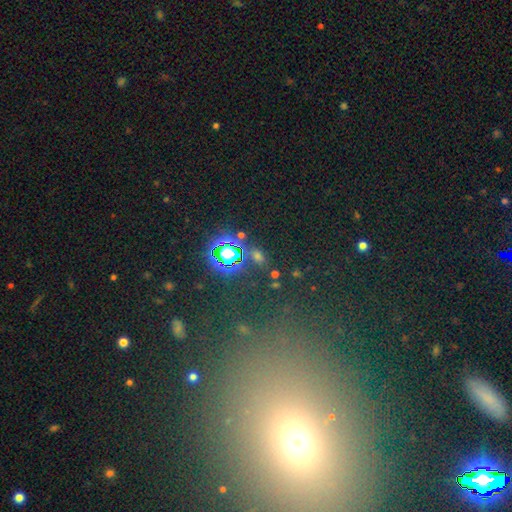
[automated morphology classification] This is likely a star or artifact rather than a galaxy (65%).